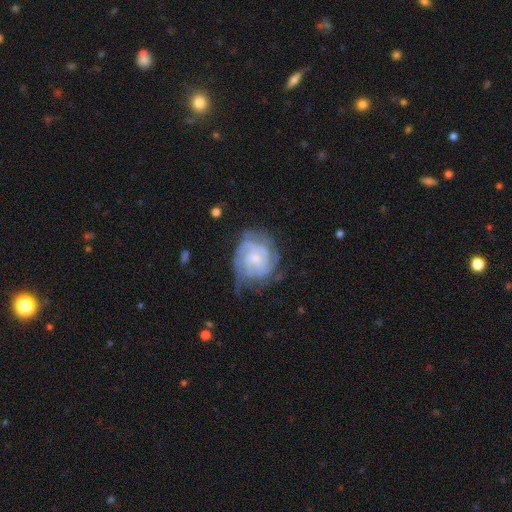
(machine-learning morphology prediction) smooth_or_featured: featured or disk (p=0.83) [alt: smooth p=0.10]
disk_edge_on: no (p=0.97) [alt: yes p=0.03]
bar: no (p=0.64) [alt: weak p=0.30]
has_spiral_arms: yes (p=0.95) [alt: no p=0.05]
spiral_winding: tight (p=0.70) [alt: medium p=0.25]
spiral_arm_count: can't tell (p=0.34) [alt: 3 p=0.20]
bulge_size: small (p=0.67) [alt: moderate p=0.23]
merging: none (p=0.64) [alt: minor disturbance p=0.22]